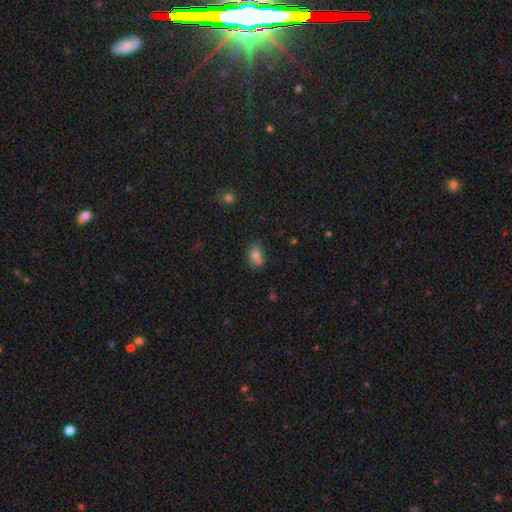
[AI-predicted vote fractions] A smooth galaxy with no disk features (76%) that is in between round and cigar-shaped (66%).

Vote fractions:
- Smooth or featured? smooth: 76% / star or artifact: 12% / featured or disk: 12%
- How rounded? in between: 66% / round: 32% / cigar-shaped: 1%
- Merging? none: 57% / merger: 20% / minor disturbance: 18% / major disturbance: 5%